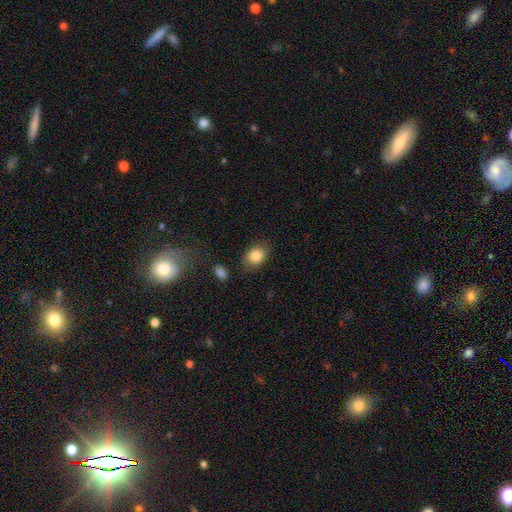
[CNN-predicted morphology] Q: Smooth or featured?
A: smooth (83%); runner-up: featured or disk (9%)
Q: How rounded?
A: in between (69%); runner-up: round (30%)
Q: Merging?
A: none (79%); runner-up: minor disturbance (15%)